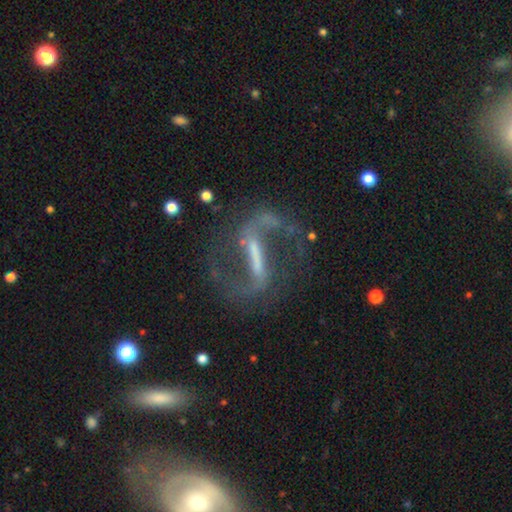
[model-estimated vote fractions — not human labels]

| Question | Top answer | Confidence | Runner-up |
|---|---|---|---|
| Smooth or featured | featured or disk | 89% | star or artifact (6%) |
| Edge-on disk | no | 95% | yes (5%) |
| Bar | strong | 73% | weak (22%) |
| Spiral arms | yes | 94% | no (6%) |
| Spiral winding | loose | 49% | medium (42%) |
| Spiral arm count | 2 | 93% | can't tell (2%) |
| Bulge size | none | 45% | small (32%) |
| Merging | none | 70% | major disturbance (13%) |